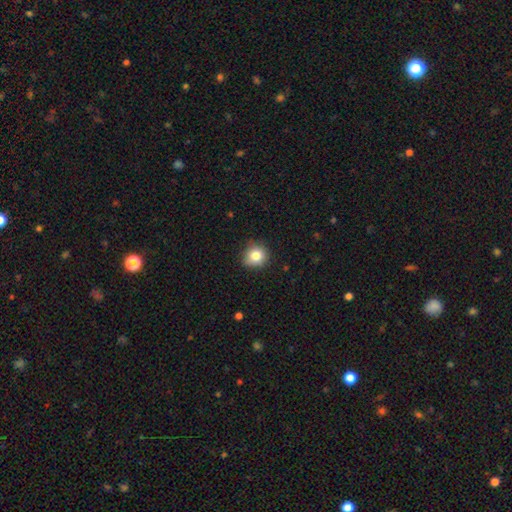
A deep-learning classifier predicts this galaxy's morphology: This appears to be a smooth galaxy with no disk features (82%) that is round (88%). Merging: none (81%).